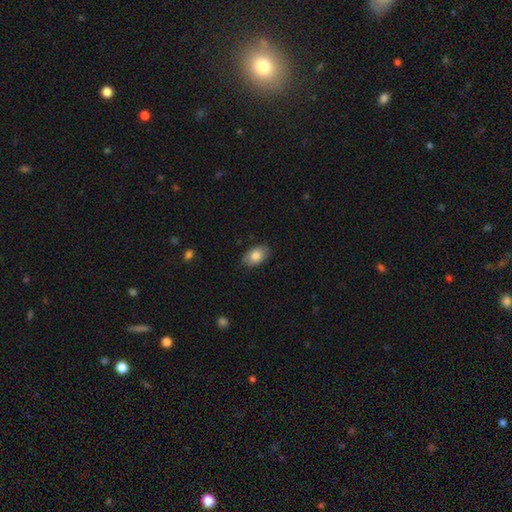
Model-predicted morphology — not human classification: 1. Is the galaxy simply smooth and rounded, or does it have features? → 83% smooth, 10% featured or disk, 7% star or artifact.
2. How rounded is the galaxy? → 89% in between, 10% round, 1% cigar-shaped.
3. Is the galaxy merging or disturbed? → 85% none, 11% minor disturbance, 2% major disturbance, 1% merger.